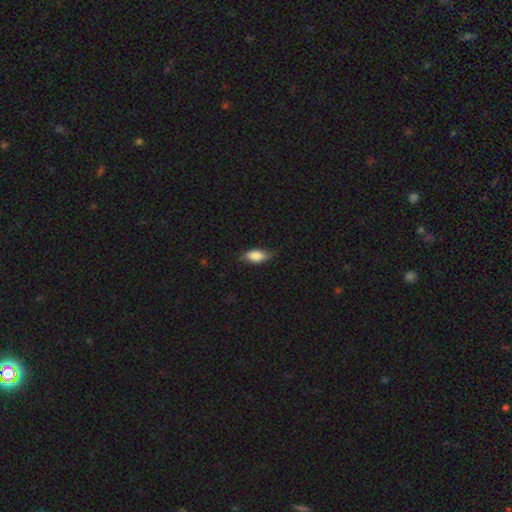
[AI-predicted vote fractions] smooth 82%, featured or disk 11%, star or artifact 7%. Down the decision tree: how rounded — in between (88%); merging — none (72%).